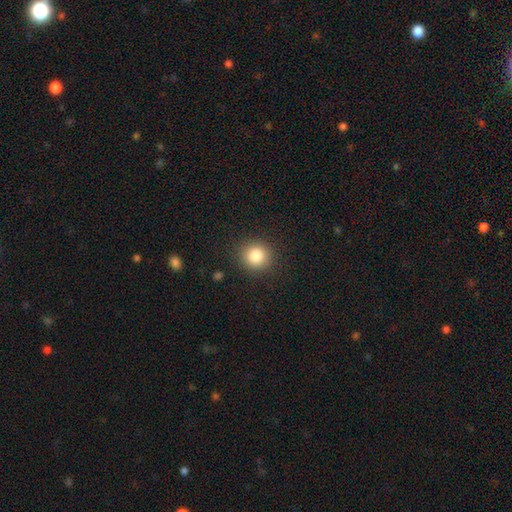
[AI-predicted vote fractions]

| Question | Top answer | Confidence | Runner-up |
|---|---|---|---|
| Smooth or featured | smooth | 84% | star or artifact (10%) |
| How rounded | round | 89% | in between (10%) |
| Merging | none | 90% | minor disturbance (7%) |